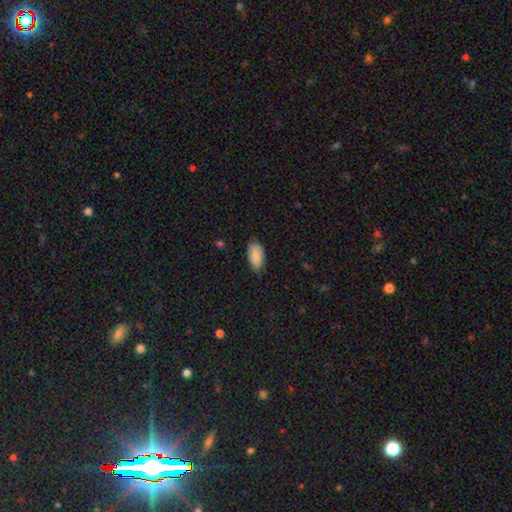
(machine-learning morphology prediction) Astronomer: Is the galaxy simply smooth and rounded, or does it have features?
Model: smooth — 86%.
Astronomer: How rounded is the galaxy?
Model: in between — 94%.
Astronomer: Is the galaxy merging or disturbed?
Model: none — 67%.